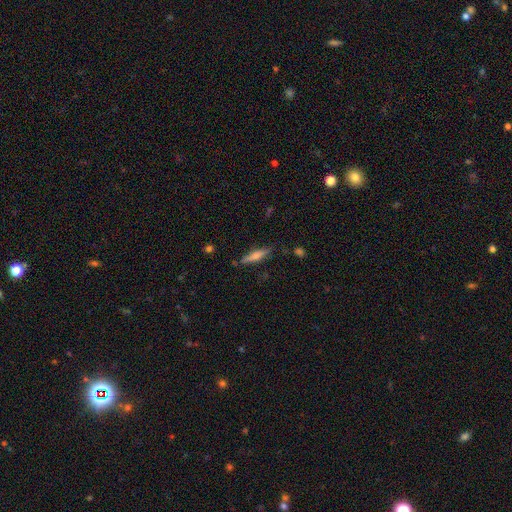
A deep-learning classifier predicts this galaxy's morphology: type=featured or disk (50%); edge-on=yes (94%); merging=none (86%).